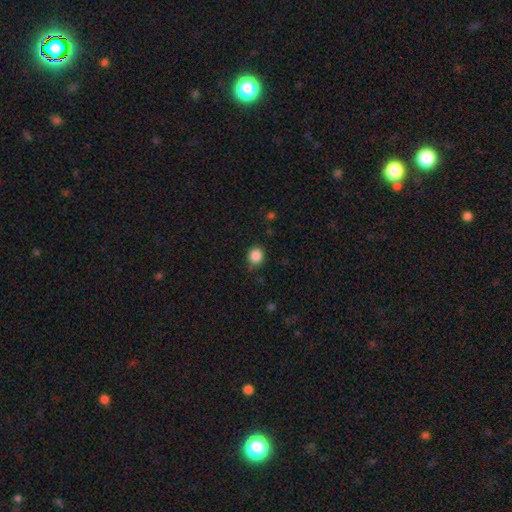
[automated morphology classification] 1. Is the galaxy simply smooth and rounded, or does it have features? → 86% smooth, 10% star or artifact, 3% featured or disk.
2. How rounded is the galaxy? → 86% round, 14% in between, 1% cigar-shaped.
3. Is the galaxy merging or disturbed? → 81% none, 14% minor disturbance, 3% major disturbance, 1% merger.